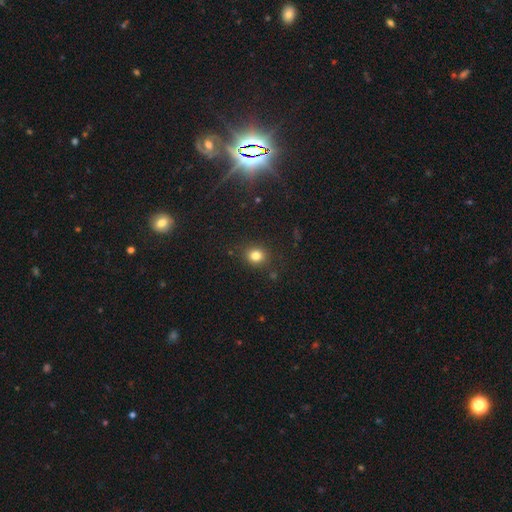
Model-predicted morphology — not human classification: This appears to be a smooth galaxy with no disk features (81%) that is round (73%). Merging: none (85%).